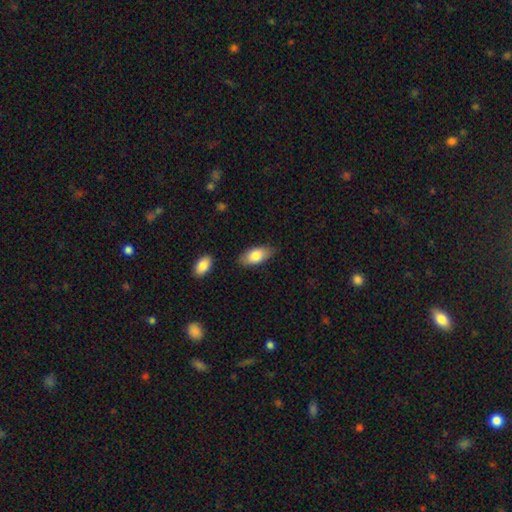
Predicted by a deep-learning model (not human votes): Smooth or featured?
  - smooth: 81% *
  - featured or disk: 13%
  - star or artifact: 6%
How rounded?
  - in between: 90% *
  - cigar-shaped: 7%
  - round: 3%
Merging?
  - none: 80% *
  - minor disturbance: 15%
  - major disturbance: 3%
  - merger: 3%